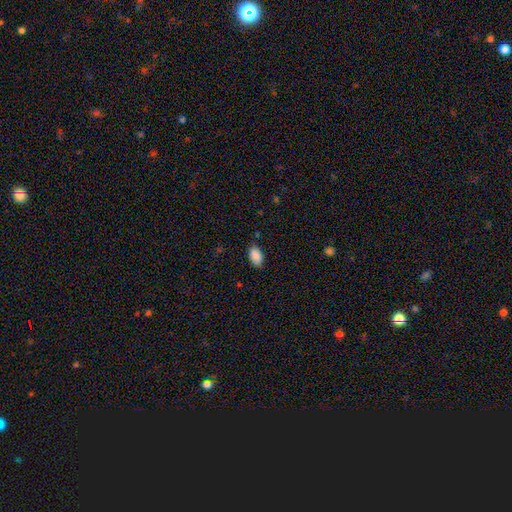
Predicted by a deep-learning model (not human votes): Smooth or featured? smooth (89%)
How rounded? in between (93%)
Merging? none (83%)